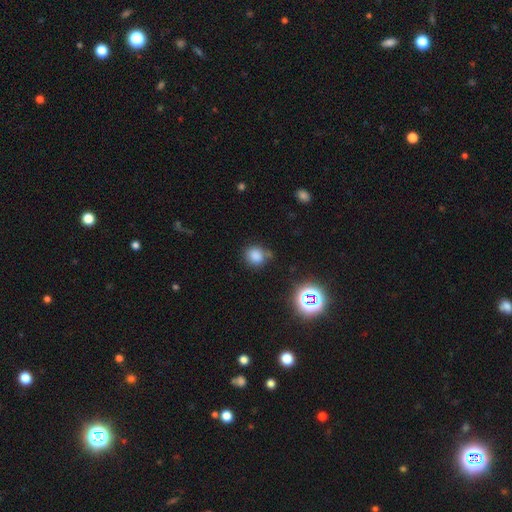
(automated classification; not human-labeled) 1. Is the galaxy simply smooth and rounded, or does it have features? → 78% smooth, 17% star or artifact, 6% featured or disk.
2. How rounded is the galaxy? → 76% round, 22% in between, 1% cigar-shaped.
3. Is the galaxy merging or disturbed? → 68% none, 20% minor disturbance, 7% merger, 6% major disturbance.